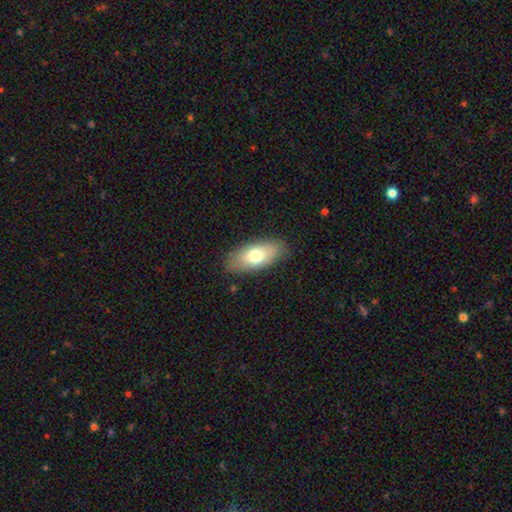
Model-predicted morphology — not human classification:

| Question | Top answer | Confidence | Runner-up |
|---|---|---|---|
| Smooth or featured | smooth | 72% | featured or disk (21%) |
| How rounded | in between | 87% | cigar-shaped (10%) |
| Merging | none | 84% | minor disturbance (12%) |